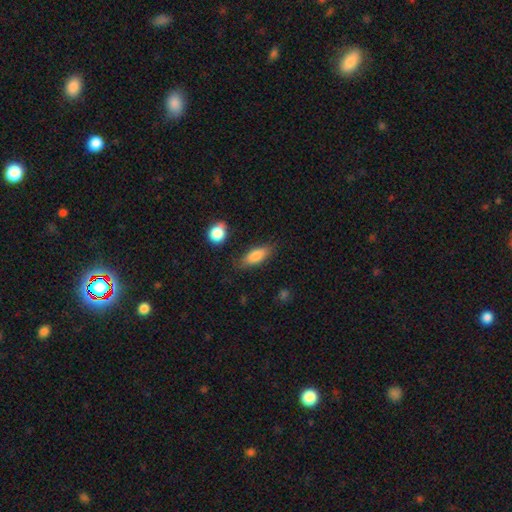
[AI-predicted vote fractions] This is clearly a smooth galaxy (80%). How rounded: likely in between (70%). Merging: likely none (78%).